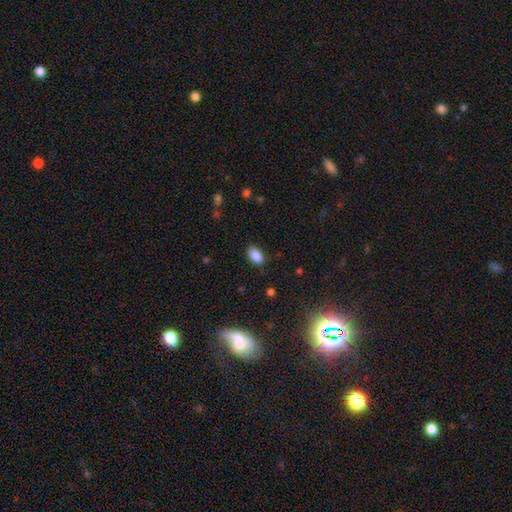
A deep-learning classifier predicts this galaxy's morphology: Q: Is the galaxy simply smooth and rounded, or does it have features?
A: smooth — 88%.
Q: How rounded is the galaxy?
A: in between — 91%.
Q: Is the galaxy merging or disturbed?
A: none — 84%.